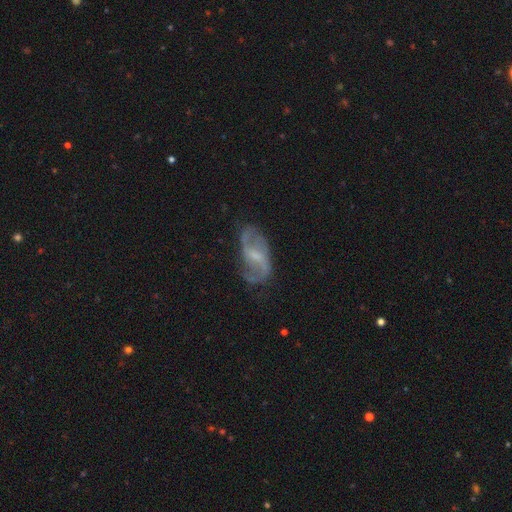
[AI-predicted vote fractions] Smooth or featured? featured or disk (79%)
Edge-on disk? no (96%)
Bar? weak (57%)
Spiral arms? yes (90%)
Spiral winding? loose (47%)
Spiral arm count? 2 (81%)
Bulge size? small (45%)
Merging? none (65%)